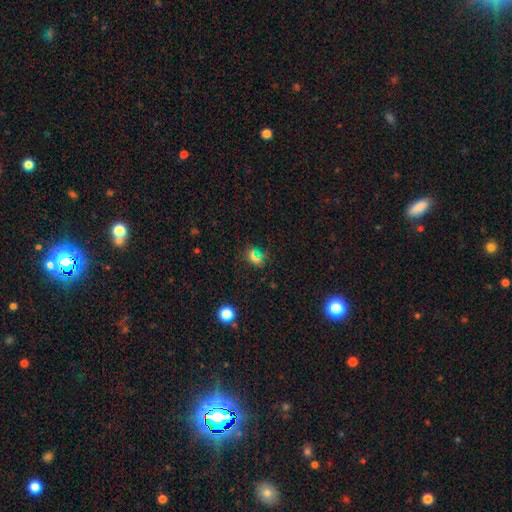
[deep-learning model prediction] Smooth or featured? Predicted: smooth (p=0.50). How rounded? Predicted: round (p=0.63). Merging? Predicted: none (p=0.80).